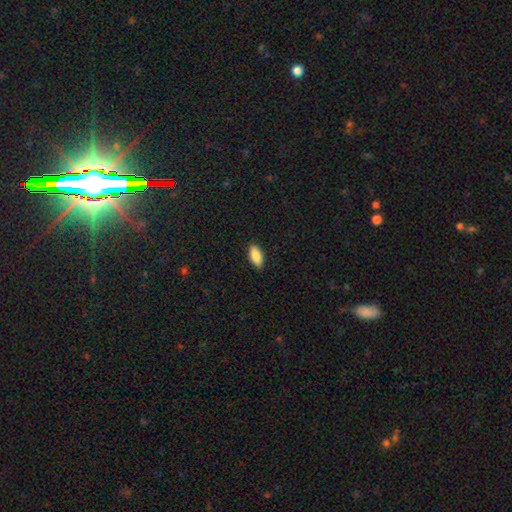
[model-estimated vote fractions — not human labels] smooth_or_featured: smooth (p=0.87) [alt: star or artifact p=0.06]
how_rounded: in between (p=0.88) [alt: cigar-shaped p=0.10]
merging: none (p=0.88) [alt: minor disturbance p=0.09]